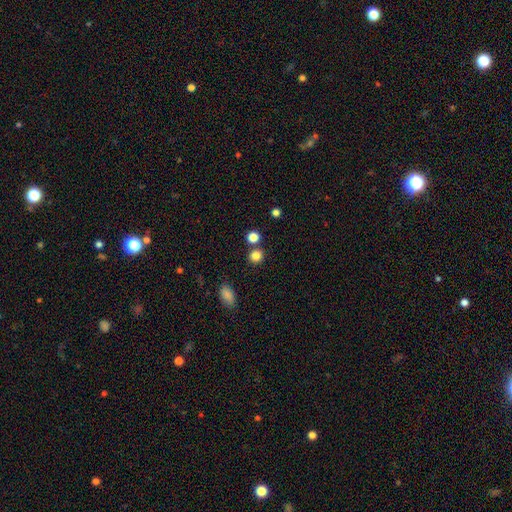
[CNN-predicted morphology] The model was most divided on "merging": none: 77%, merger: 12%, minor disturbance: 8%, major disturbance: 3%. More confident: how rounded — round (85%); smooth or featured — smooth (83%).